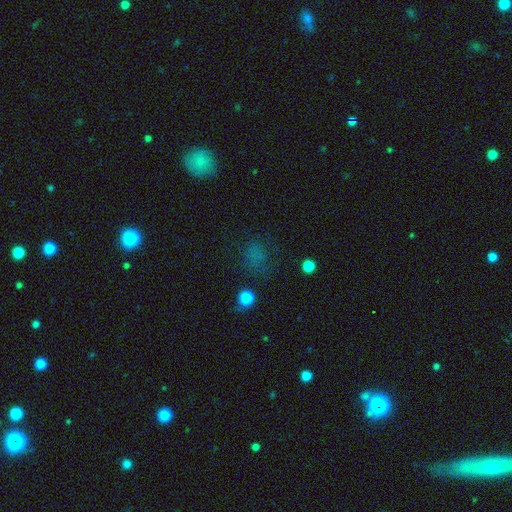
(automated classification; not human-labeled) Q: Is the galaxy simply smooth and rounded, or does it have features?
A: smooth — 60%.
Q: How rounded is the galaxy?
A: round — 64%.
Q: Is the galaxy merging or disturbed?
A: none — 63%.